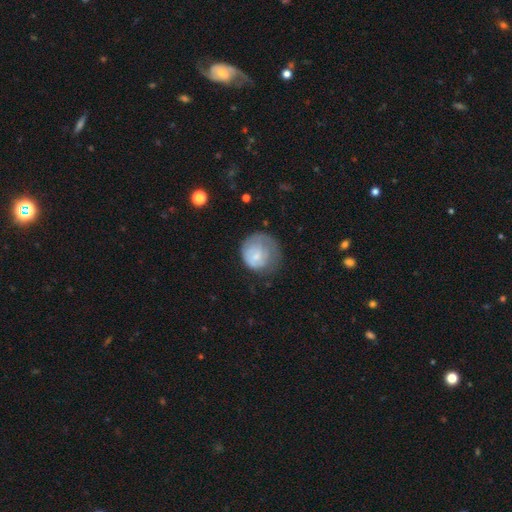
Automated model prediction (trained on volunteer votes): smooth 63%, featured or disk 30%, star or artifact 7%. Down the decision tree: how rounded — round (79%); merging — none (37%).